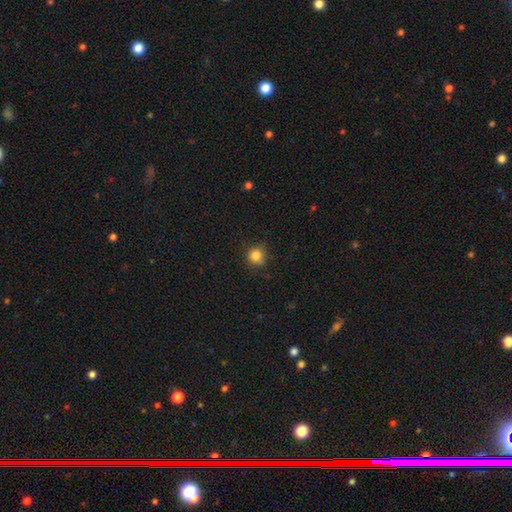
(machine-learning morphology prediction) Smooth or featured?
  - smooth: 84% *
  - star or artifact: 12%
  - featured or disk: 5%
How rounded?
  - round: 87% *
  - in between: 12%
  - cigar-shaped: 1%
Merging?
  - none: 76% *
  - minor disturbance: 19%
  - major disturbance: 4%
  - merger: 1%